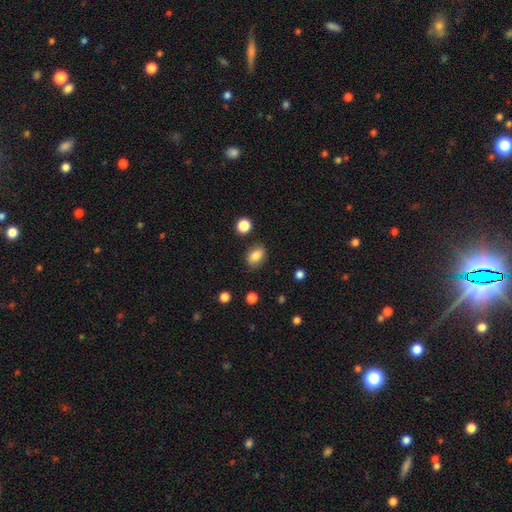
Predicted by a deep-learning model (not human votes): Q: Smooth or featured?
A: smooth (83%); runner-up: star or artifact (9%)
Q: How rounded?
A: in between (79%); runner-up: round (19%)
Q: Merging?
A: none (84%); runner-up: minor disturbance (11%)